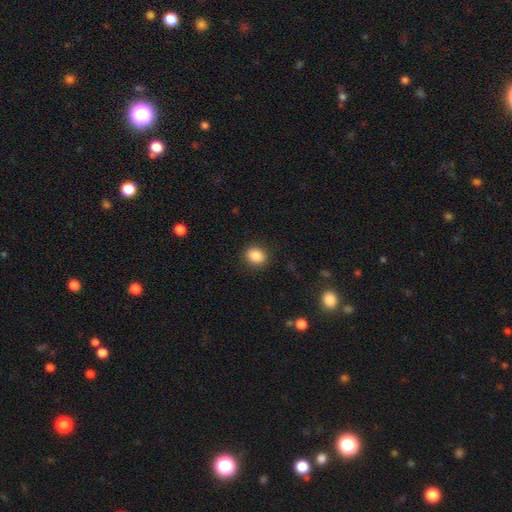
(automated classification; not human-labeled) The model was most divided on "how rounded": round: 55%, in between: 44%, cigar-shaped: 1%. More confident: merging — none (88%); smooth or featured — smooth (87%).